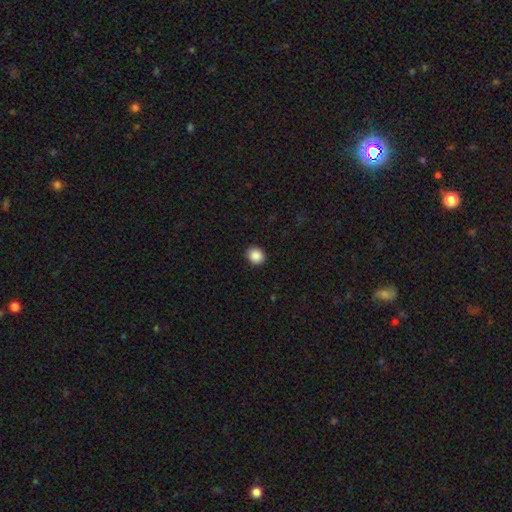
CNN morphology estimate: A smooth galaxy with no disk features (88%) that is round (79%). Merging: none (91%).